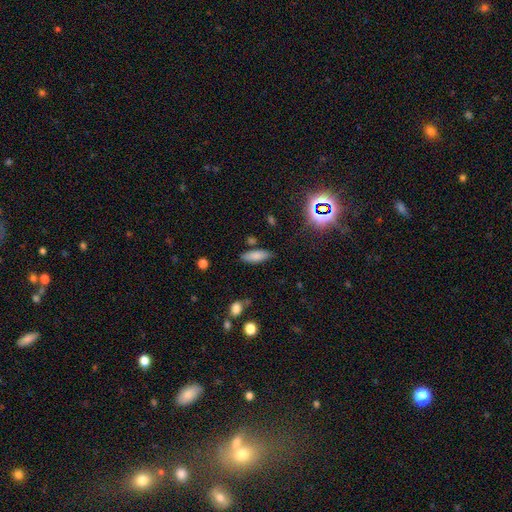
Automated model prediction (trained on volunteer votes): Smooth or featured? smooth (80%)
How rounded? in between (62%)
Merging? none (79%)